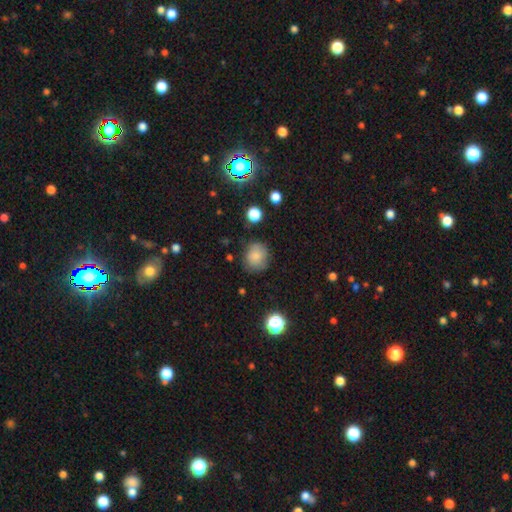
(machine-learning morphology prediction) smooth-or-featured: smooth: 82% | star or artifact: 10% | featured or disk: 8%
  how-rounded: round: 76% | in between: 23% | cigar-shaped: 1%
  merging: none: 76% | minor disturbance: 17% | major disturbance: 5% | merger: 2%